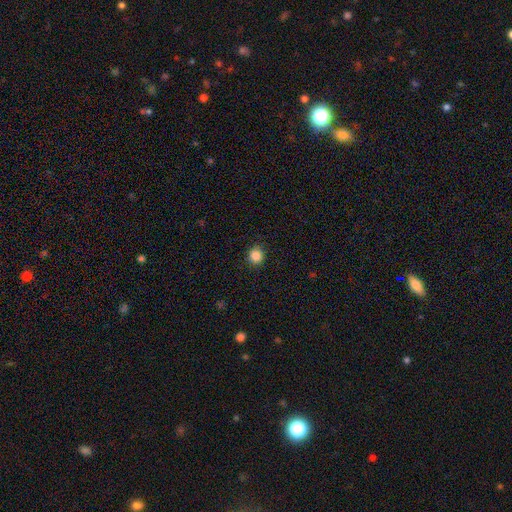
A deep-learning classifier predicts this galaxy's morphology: Smooth or featured? Predicted: smooth (p=0.86). How rounded? Predicted: round (p=0.90). Merging? Predicted: none (p=0.91).